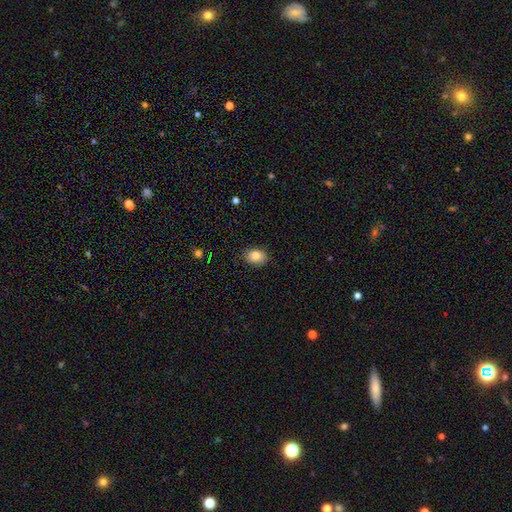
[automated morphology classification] Smooth or featured: smooth — 83% (star or artifact — 9%)
How rounded: in between — 72% (round — 27%)
Merging: none — 87% (minor disturbance — 10%)